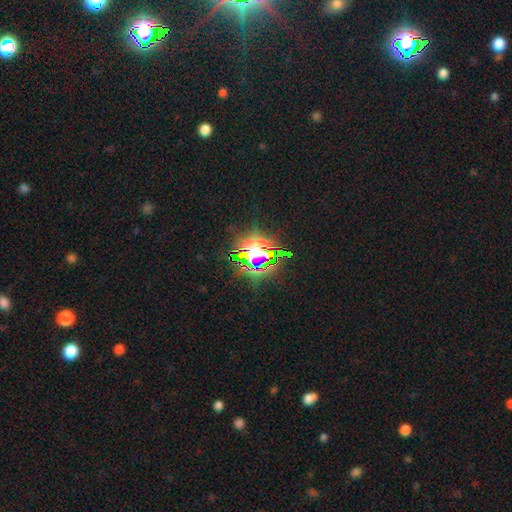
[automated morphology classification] Overall: star or artifact (76%).